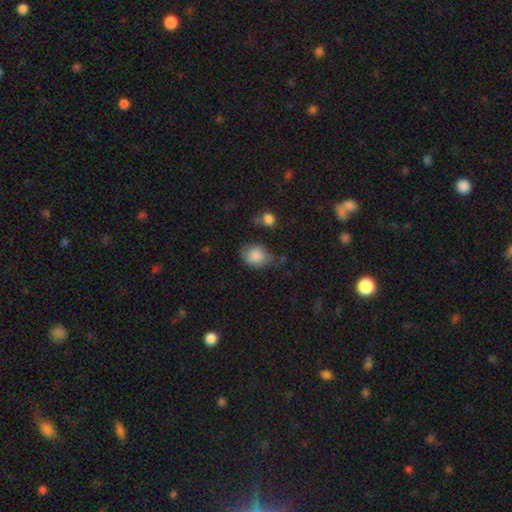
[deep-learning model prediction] Q: Smooth or featured?
A: smooth (85%); runner-up: featured or disk (8%)
Q: How rounded?
A: in between (56%); runner-up: round (43%)
Q: Merging?
A: none (55%); runner-up: minor disturbance (31%)